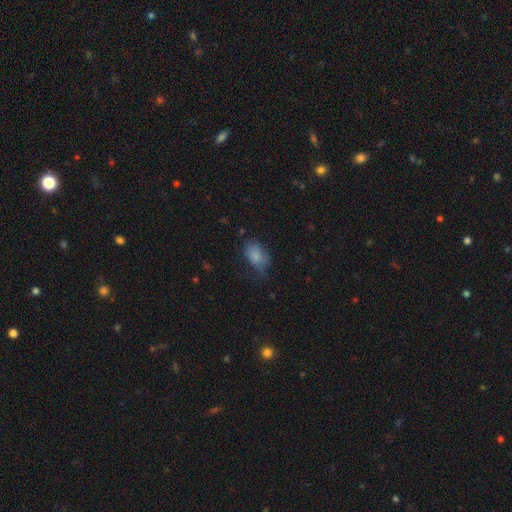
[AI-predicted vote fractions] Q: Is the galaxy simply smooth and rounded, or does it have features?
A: smooth — 82%.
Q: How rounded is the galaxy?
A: in between — 86%.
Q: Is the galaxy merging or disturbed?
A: none — 52%.